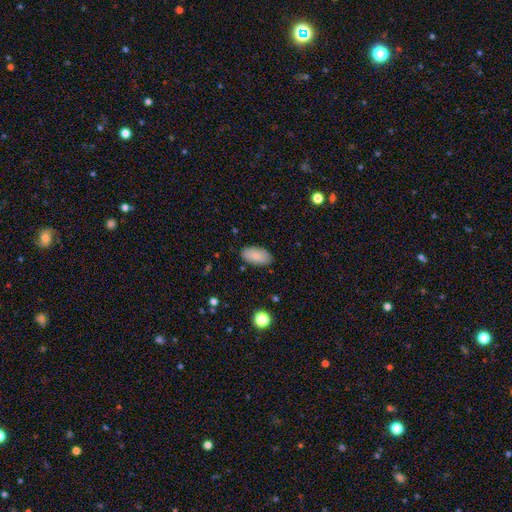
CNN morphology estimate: type=smooth (86%); roundness=in between (94%); merging=none (85%).